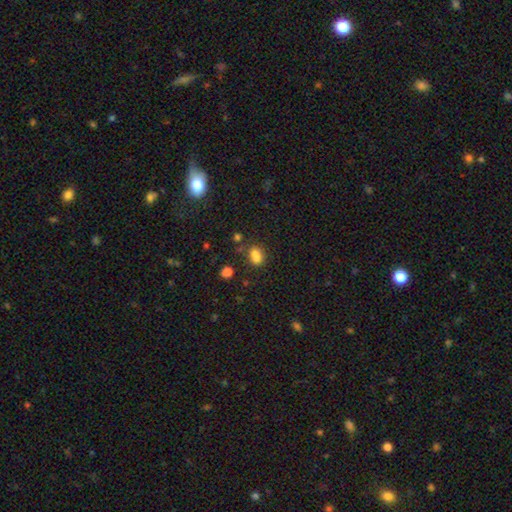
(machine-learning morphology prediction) Smooth or featured? smooth (78%)
How rounded? in between (68%)
Merging? none (51%)